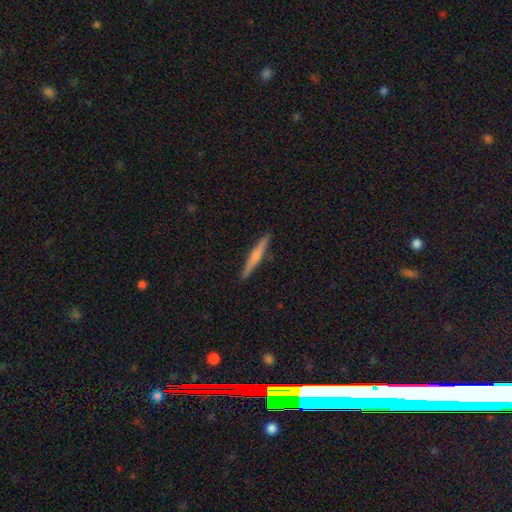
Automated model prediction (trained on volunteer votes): smooth_or_featured: smooth (p=0.51) [alt: featured or disk p=0.44]
how_rounded: cigar-shaped (p=0.95) [alt: in between p=0.04]
merging: none (p=0.91) [alt: minor disturbance p=0.06]